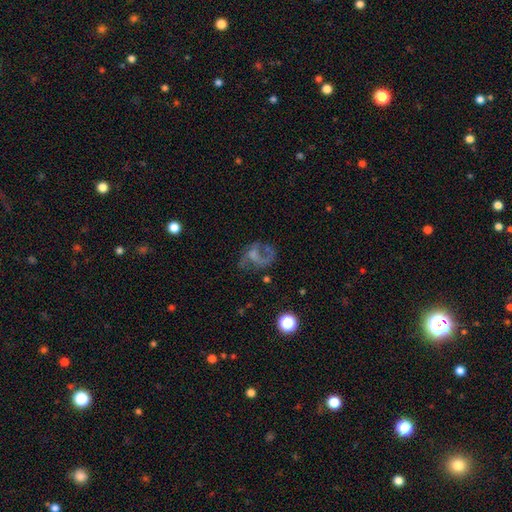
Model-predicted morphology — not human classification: Q: Smooth or featured?
A: featured or disk (59%); runner-up: smooth (25%)
Q: Edge-on disk?
A: no (97%); runner-up: yes (3%)
Q: Bar?
A: no (65%); runner-up: weak (28%)
Q: Spiral arms?
A: yes (61%); runner-up: no (39%)
Q: Bulge size?
A: none (53%); runner-up: small (25%)
Q: Merging?
A: none (39%); runner-up: major disturbance (38%)